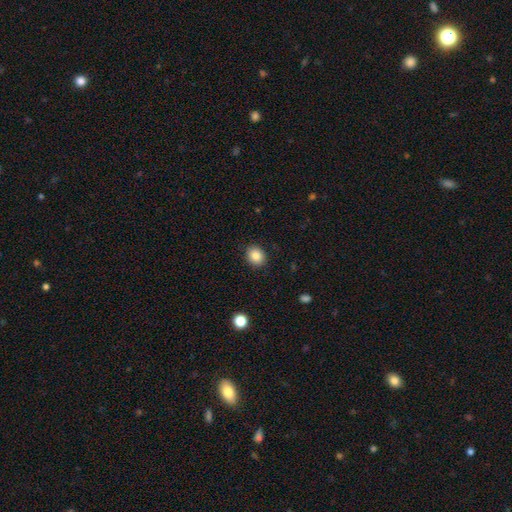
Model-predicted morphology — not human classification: smooth_or_featured: smooth (p=0.85) [alt: star or artifact p=0.10]
how_rounded: round (p=0.63) [alt: in between p=0.36]
merging: none (p=0.89) [alt: minor disturbance p=0.07]